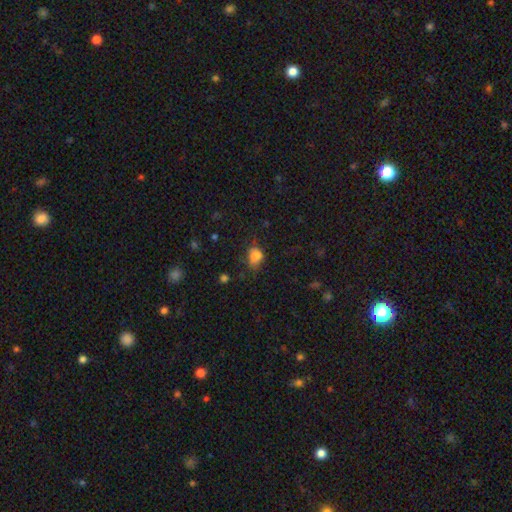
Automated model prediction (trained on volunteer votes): Overall: smooth (77%). How rounded: in between (67%; round 31%). Merging: none (43%; minor disturbance 34%).